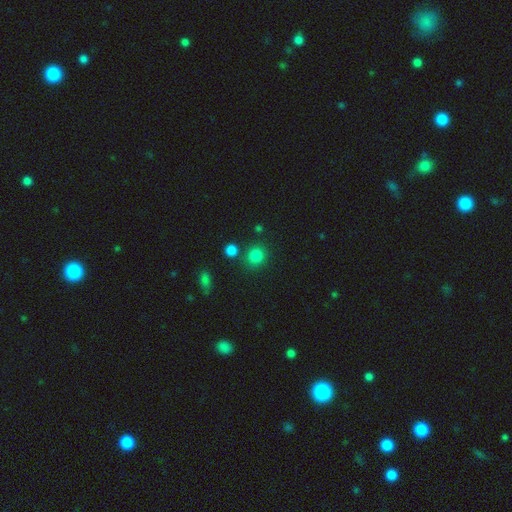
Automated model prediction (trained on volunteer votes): This appears to be a smooth galaxy with no disk features (82%) that is round (85%). Merging: none (78%).